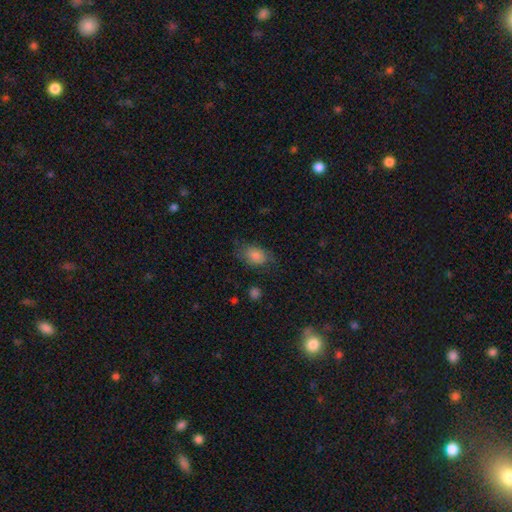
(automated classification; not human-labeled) Overall: smooth (80%). How rounded: in between (81%). Merging: none (68%).